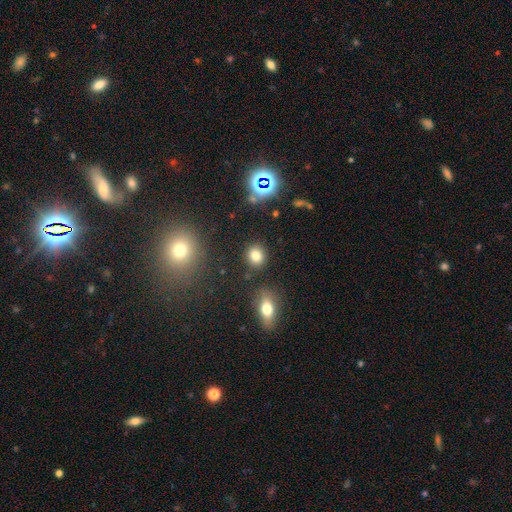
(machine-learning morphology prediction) Smooth or featured?
  - smooth: 80% *
  - star or artifact: 14%
  - featured or disk: 7%
How rounded?
  - round: 77% *
  - in between: 22%
  - cigar-shaped: 1%
Merging?
  - none: 85% *
  - minor disturbance: 8%
  - merger: 4%
  - major disturbance: 3%